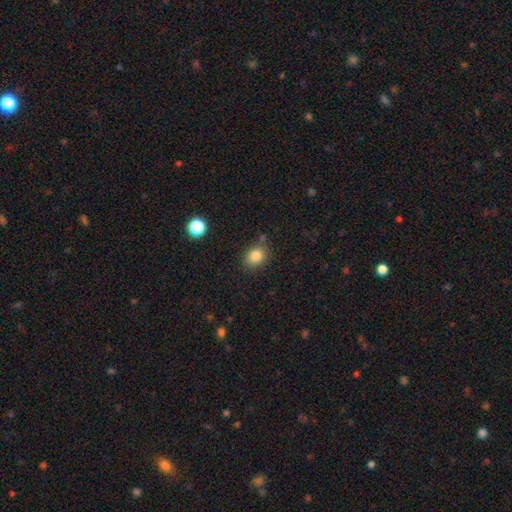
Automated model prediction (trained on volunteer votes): A smooth galaxy with no disk features (84%) that is in between round and cigar-shaped (53%). Merging: none (78%).